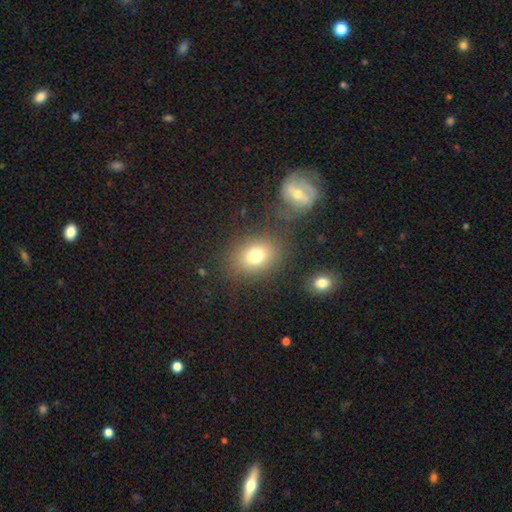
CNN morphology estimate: Smooth or featured? smooth (76%)
How rounded? in between (54%)
Merging? none (77%)